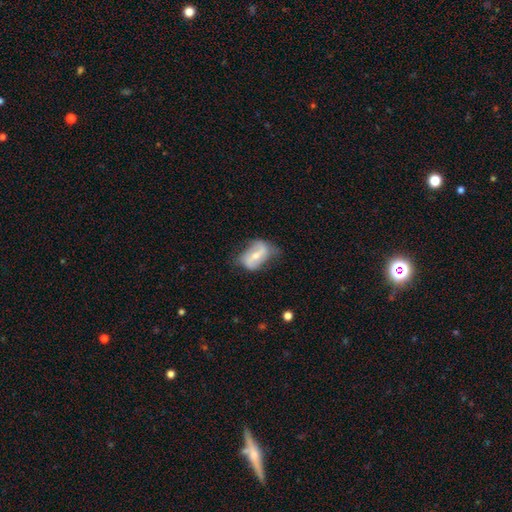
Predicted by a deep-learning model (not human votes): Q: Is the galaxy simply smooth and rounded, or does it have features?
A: featured or disk — 63%.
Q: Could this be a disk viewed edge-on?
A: no — 94%.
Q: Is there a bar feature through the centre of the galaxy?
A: strong — 43%.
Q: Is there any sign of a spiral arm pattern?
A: yes — 73%.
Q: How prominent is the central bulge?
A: moderate — 52%.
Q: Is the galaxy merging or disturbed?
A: none — 53%.